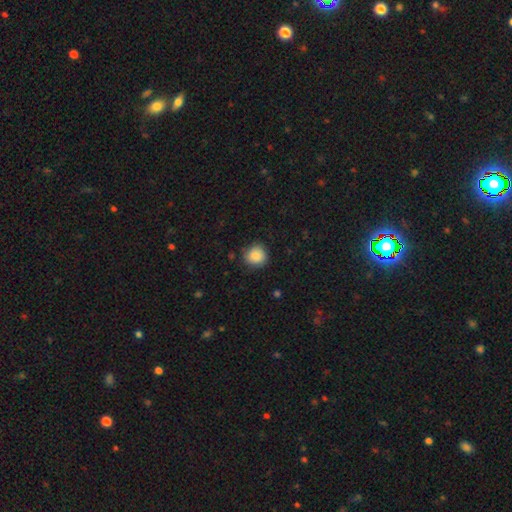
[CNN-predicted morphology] smooth 87%, star or artifact 8%, featured or disk 5%. Down the decision tree: how rounded — round (89%); merging — none (83%).